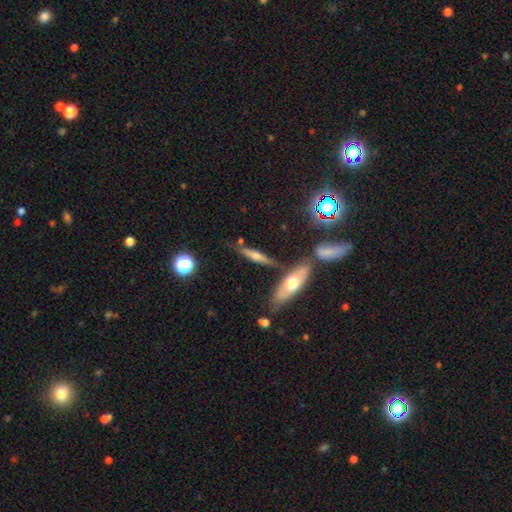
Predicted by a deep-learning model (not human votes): Morphology: type=featured or disk (48%); merging=none (70%).